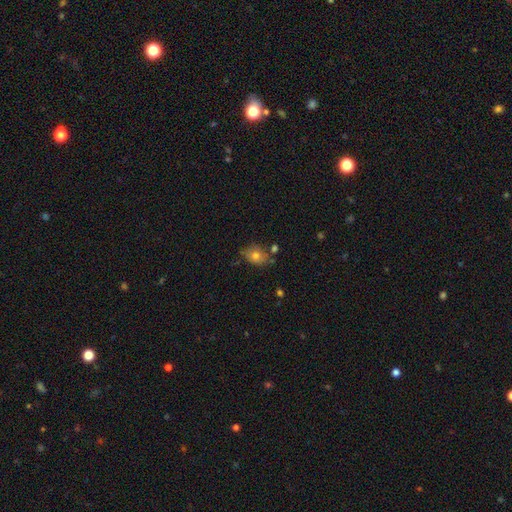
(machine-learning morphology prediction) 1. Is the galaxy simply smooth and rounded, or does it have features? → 75% smooth, 15% featured or disk, 10% star or artifact.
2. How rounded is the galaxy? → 62% in between, 37% round, 1% cigar-shaped.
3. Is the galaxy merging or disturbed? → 66% none, 21% minor disturbance, 9% merger, 5% major disturbance.